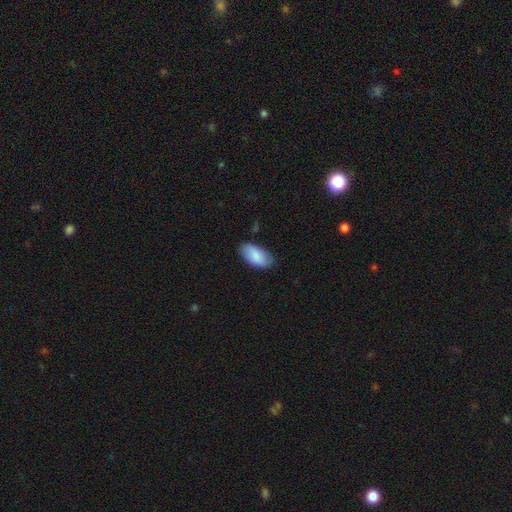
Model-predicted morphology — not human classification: A smooth galaxy with no disk features (86%) that is in between round and cigar-shaped (95%).

Vote fractions:
- Smooth or featured? smooth: 86% / featured or disk: 8% / star or artifact: 6%
- How rounded? in between: 95% / cigar-shaped: 3% / round: 2%
- Merging? none: 79% / minor disturbance: 17% / major disturbance: 3% / merger: 1%